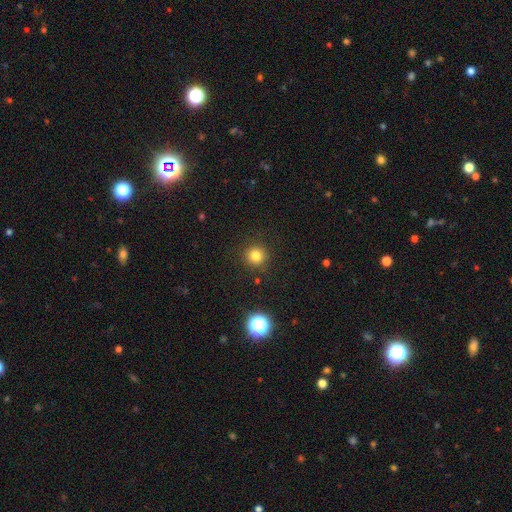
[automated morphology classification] type=smooth (80%); roundness=round (95%); merging=none (90%).